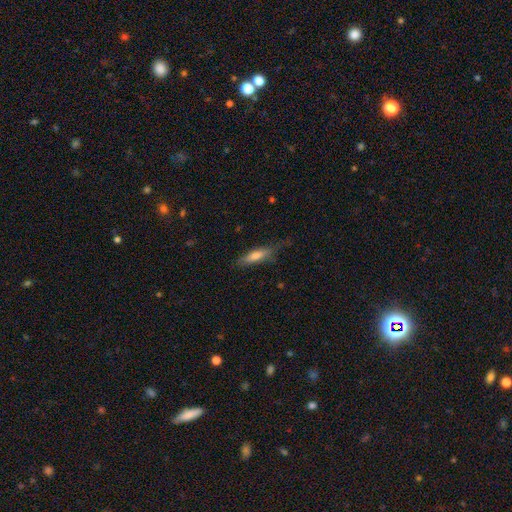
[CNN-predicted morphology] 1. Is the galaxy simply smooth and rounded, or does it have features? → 70% smooth, 24% featured or disk, 6% star or artifact.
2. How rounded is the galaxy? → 68% cigar-shaped, 30% in between, 2% round.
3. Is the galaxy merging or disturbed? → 65% none, 26% minor disturbance, 8% major disturbance, 2% merger.